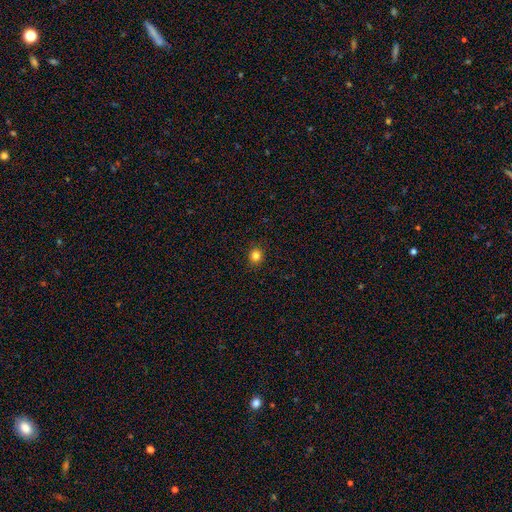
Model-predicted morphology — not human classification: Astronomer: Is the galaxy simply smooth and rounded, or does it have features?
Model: smooth — 82%.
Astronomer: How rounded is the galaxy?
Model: round — 84%.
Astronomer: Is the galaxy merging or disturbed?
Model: none — 91%.